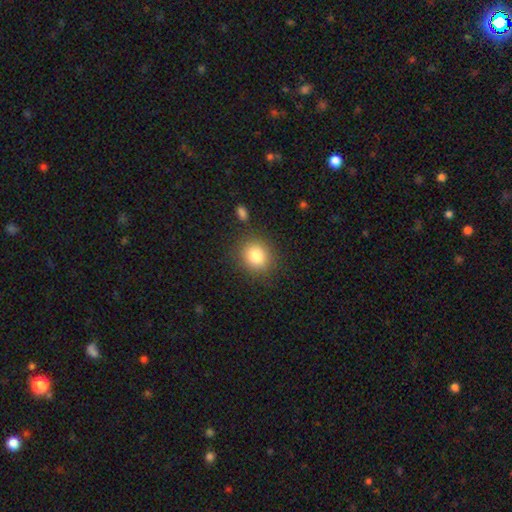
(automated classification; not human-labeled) smooth_or_featured: smooth (p=0.83) [alt: star or artifact p=0.10]
how_rounded: round (p=0.75) [alt: in between p=0.24]
merging: none (p=0.84) [alt: minor disturbance p=0.10]